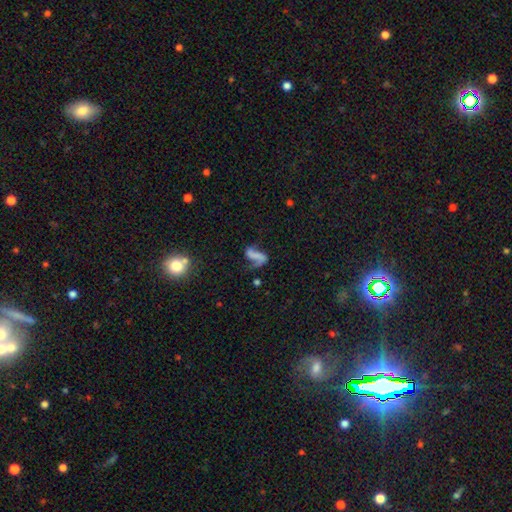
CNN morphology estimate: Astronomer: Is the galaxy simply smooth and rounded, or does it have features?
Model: featured or disk — 62%.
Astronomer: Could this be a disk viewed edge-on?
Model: no — 96%.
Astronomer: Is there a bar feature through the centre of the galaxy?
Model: no — 46% (runner-up: strong, 29%).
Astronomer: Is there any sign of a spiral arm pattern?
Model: yes — 79%.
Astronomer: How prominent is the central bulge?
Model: none — 76%.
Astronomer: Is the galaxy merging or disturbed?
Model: none — 41% (runner-up: major disturbance, 31%).